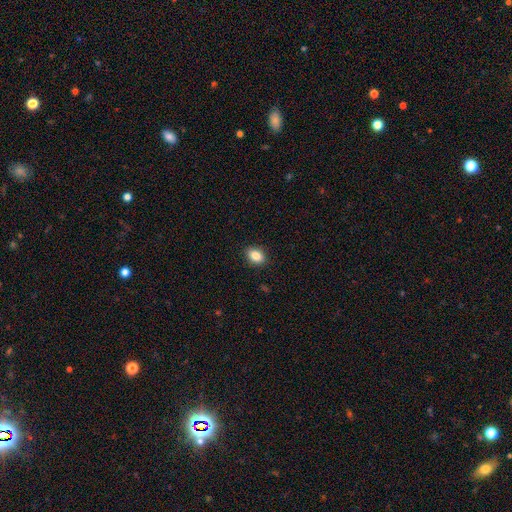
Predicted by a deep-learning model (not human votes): This is clearly a smooth galaxy (86%). How rounded: likely in between (74%). Merging: clearly none (89%).